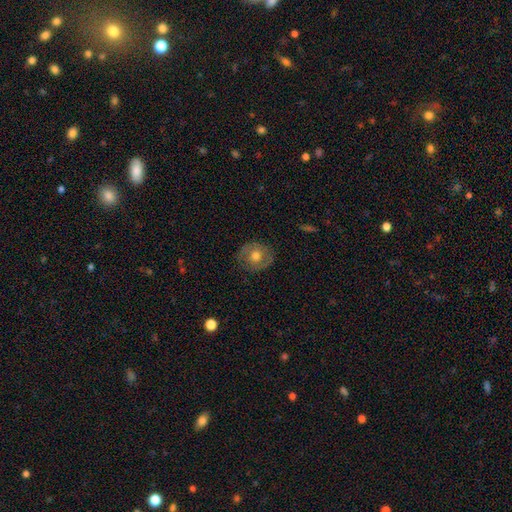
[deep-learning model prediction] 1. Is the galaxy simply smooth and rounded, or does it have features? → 56% smooth, 36% featured or disk, 8% star or artifact.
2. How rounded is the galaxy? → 80% round, 19% in between, 1% cigar-shaped.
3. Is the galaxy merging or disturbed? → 80% none, 15% minor disturbance, 4% major disturbance, 1% merger.